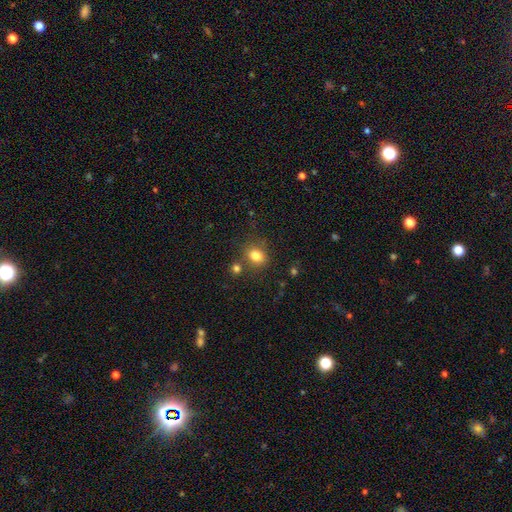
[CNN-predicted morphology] This appears to be a smooth galaxy with no disk features (81%) that is round (54%). Merging: none (71%).